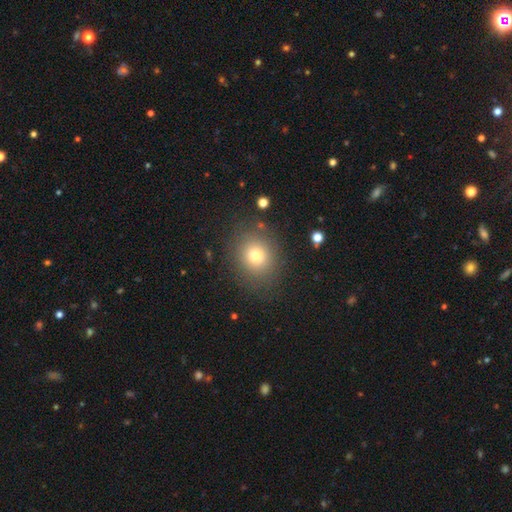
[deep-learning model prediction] This appears to be a smooth galaxy with no disk features (74%) that is round (72%). Merging: none (83%).